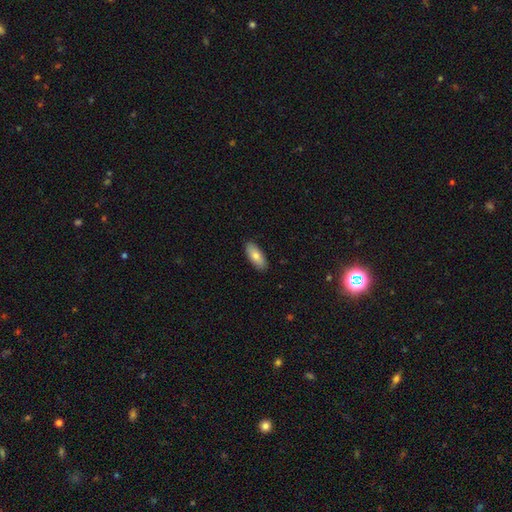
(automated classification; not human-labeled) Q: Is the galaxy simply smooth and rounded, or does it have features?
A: smooth — 78%.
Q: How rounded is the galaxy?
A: in between — 82%.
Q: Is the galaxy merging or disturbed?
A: none — 89%.